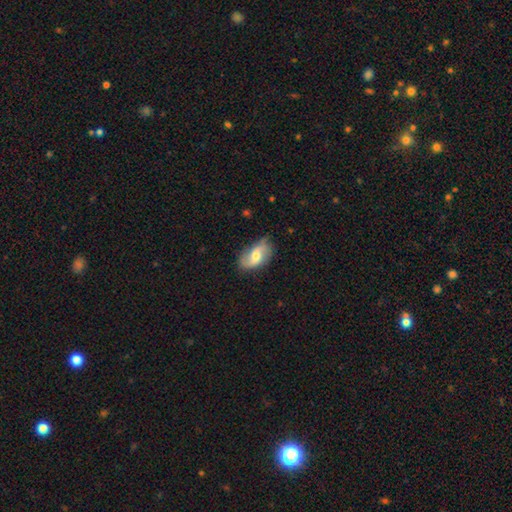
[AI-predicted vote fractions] Smooth or featured? featured or disk (53%)
Edge-on disk? no (94%)
Merging? none (69%)